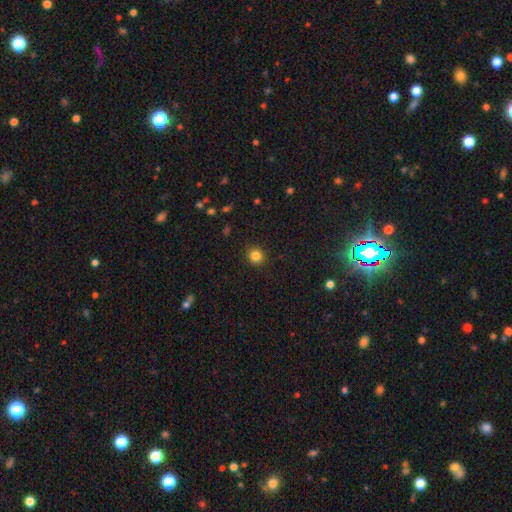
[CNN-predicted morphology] Smooth or featured?
  - smooth: 84% *
  - star or artifact: 12%
  - featured or disk: 4%
How rounded?
  - round: 89% *
  - in between: 10%
  - cigar-shaped: 1%
Merging?
  - none: 90% *
  - minor disturbance: 7%
  - major disturbance: 2%
  - merger: 1%